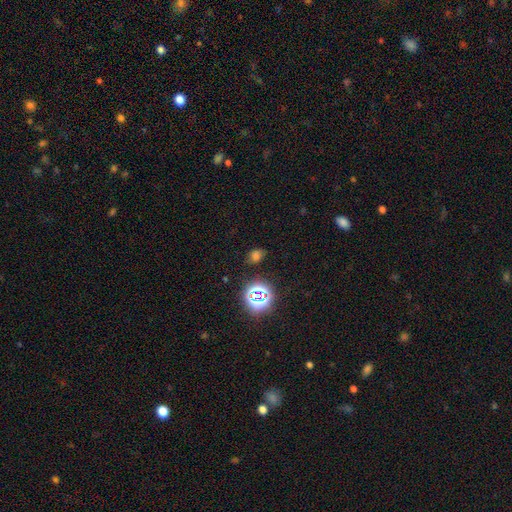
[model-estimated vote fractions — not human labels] The model was most divided on "how rounded": in between: 61%, round: 37%, cigar-shaped: 1%. More confident: merging — none (71%); smooth or featured — smooth (60%).